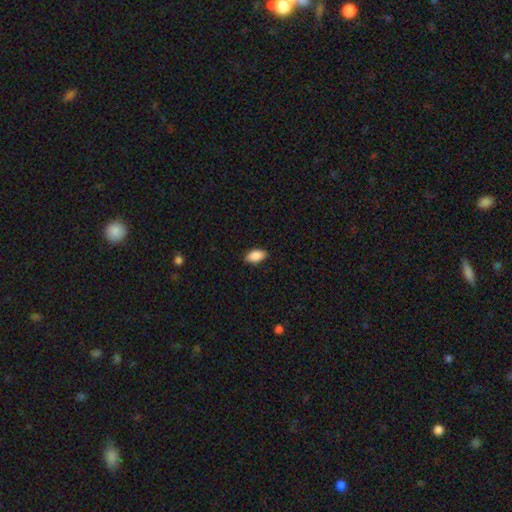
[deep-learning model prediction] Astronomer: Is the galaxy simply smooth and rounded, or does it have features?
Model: smooth — 88%.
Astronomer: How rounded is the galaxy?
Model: in between — 93%.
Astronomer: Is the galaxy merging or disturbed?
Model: none — 87%.